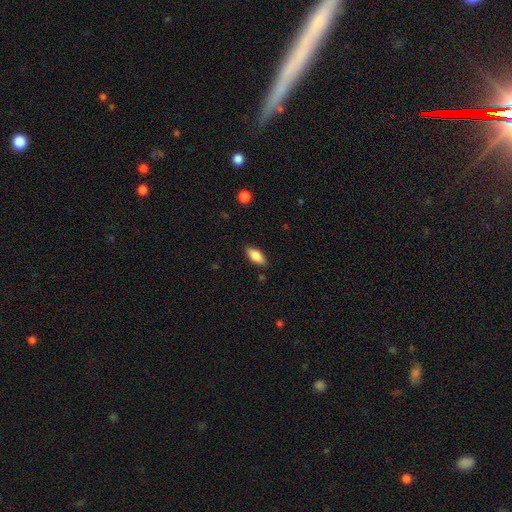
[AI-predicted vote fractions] Smooth or featured: smooth — 82% (featured or disk — 11%)
How rounded: in between — 83% (cigar-shaped — 15%)
Merging: none — 85% (minor disturbance — 11%)